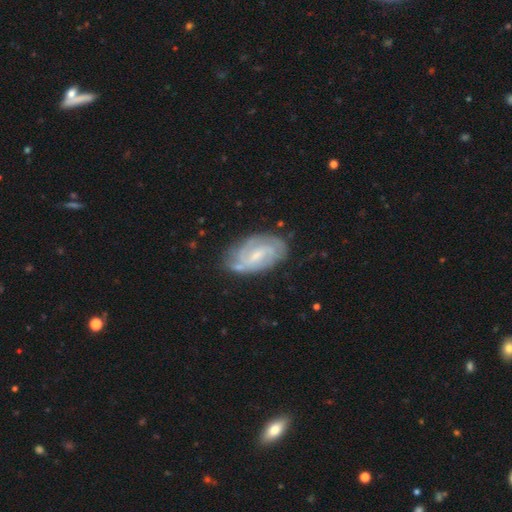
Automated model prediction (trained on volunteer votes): This appears to be a featured or disk galaxy (77%) with a weak bar (57%), 2 (43%) tight (52%) spiral arms (91%) and a small central bulge (56%). Merging: none (70%).